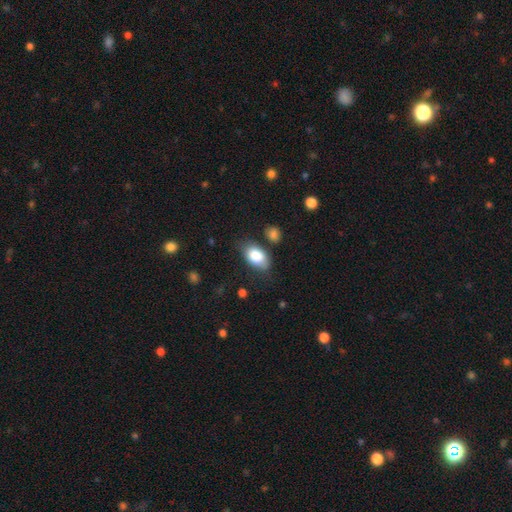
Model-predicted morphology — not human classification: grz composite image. It shows a smooth galaxy with no disk features (84%) that is in between round and cigar-shaped (91%). Merging: none (70%).